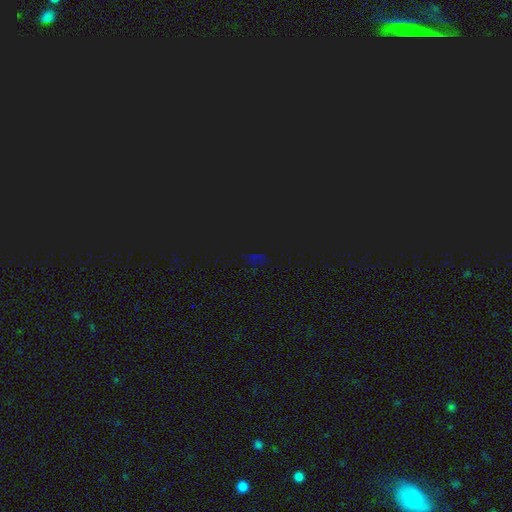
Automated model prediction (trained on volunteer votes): Smooth or featured: star or artifact — 79% (smooth — 15%)